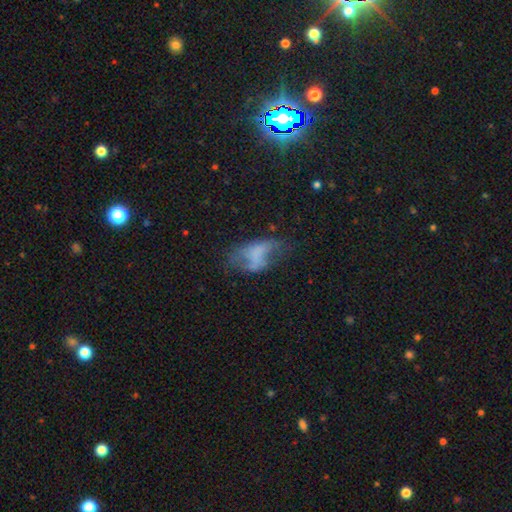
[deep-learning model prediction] Morphology: type=smooth (45%); merging=major disturbance (41%).